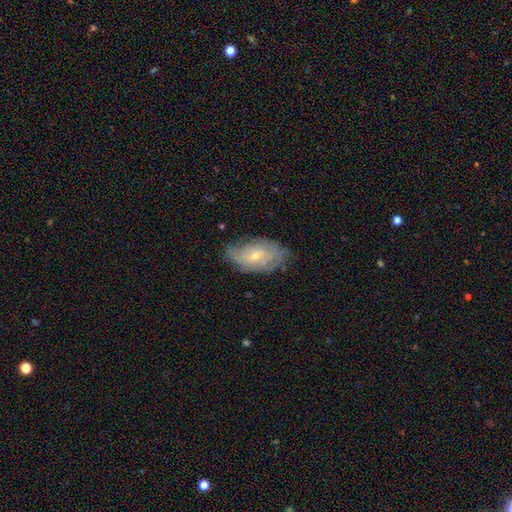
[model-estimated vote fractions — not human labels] A featured or disk galaxy (65%) with no bar (69%), spiral arms (82%) and a small central bulge (65%). Merging: none (66%).